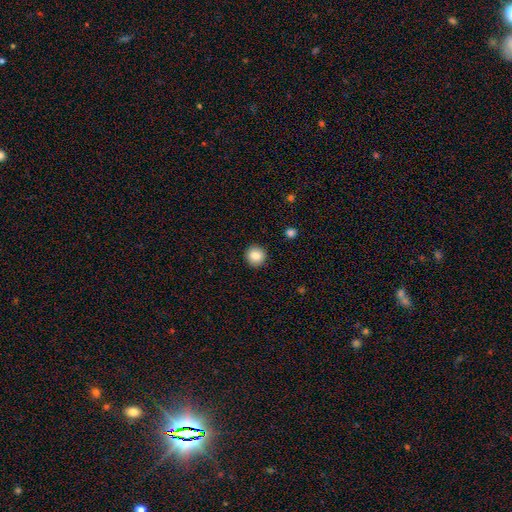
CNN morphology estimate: Q: Smooth or featured?
A: smooth (85%); runner-up: star or artifact (9%)
Q: How rounded?
A: round (93%); runner-up: in between (7%)
Q: Merging?
A: none (92%); runner-up: minor disturbance (5%)